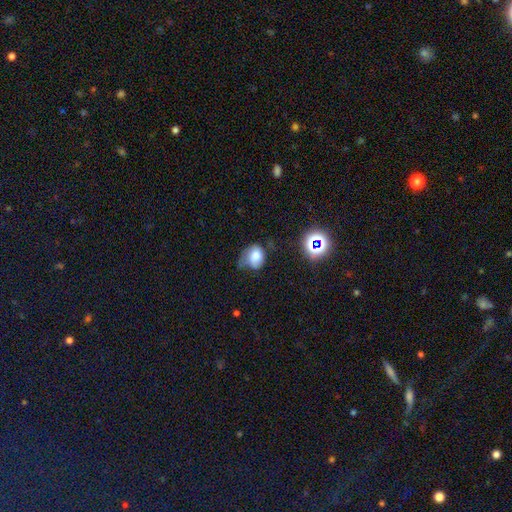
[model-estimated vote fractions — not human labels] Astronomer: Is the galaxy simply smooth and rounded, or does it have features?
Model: smooth — 66%.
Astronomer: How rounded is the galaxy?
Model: round — 50% (runner-up: in between, 49%).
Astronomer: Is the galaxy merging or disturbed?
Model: minor disturbance — 40% (runner-up: none, 32%).